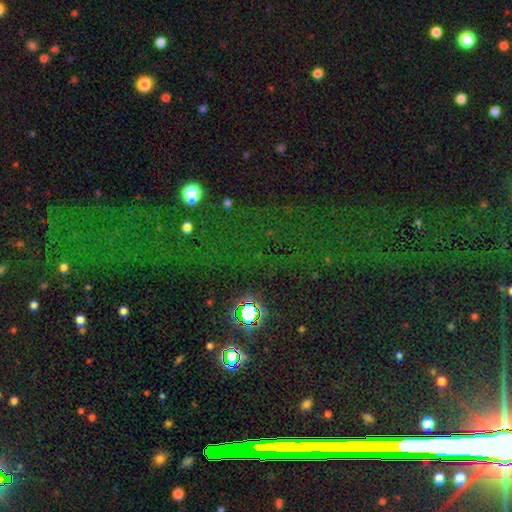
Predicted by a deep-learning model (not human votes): smooth_or_featured: star or artifact (p=0.74) [alt: smooth p=0.15]